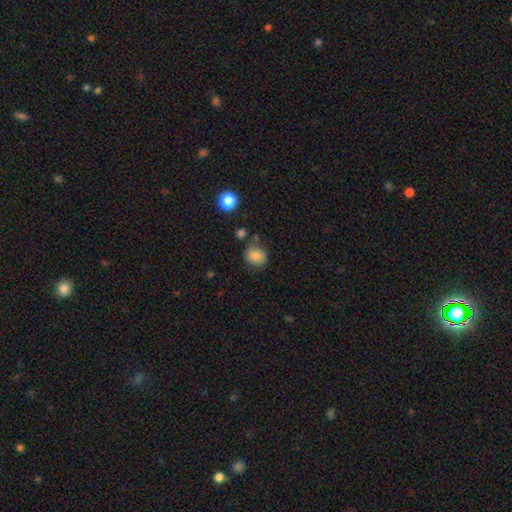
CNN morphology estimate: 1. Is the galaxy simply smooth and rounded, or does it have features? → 81% smooth, 10% star or artifact, 8% featured or disk.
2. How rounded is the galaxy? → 76% round, 23% in between, 1% cigar-shaped.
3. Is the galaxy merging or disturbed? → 72% none, 17% minor disturbance, 6% merger, 5% major disturbance.